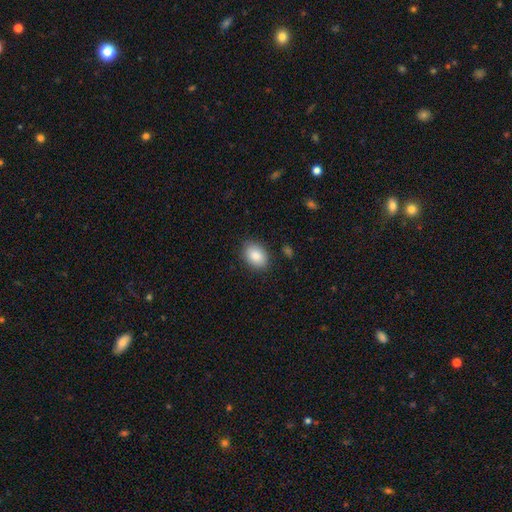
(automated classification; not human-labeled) Morphology: type=smooth (87%); roundness=in between (82%); merging=none (85%).